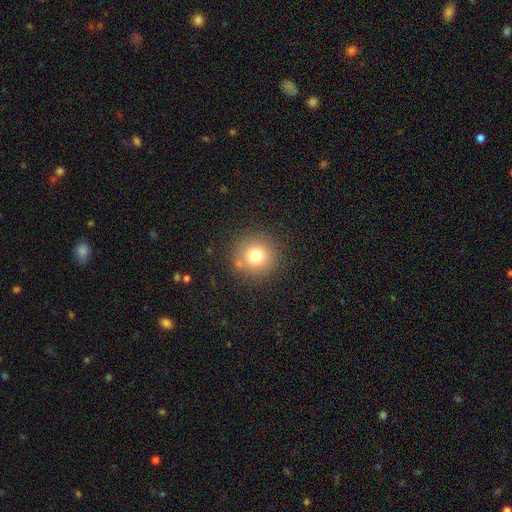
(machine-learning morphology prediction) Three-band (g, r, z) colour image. It shows a smooth galaxy with no disk features (75%) that is round (94%). Merging: none (85%).